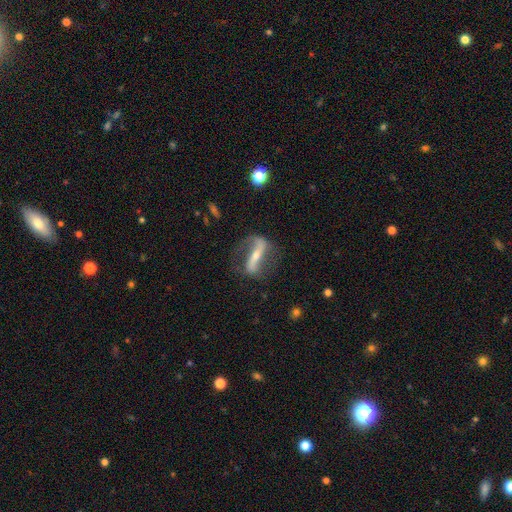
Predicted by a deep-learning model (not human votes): A featured or disk galaxy (82%) with a strong bar (74%), 2 (84%) loose (57%) spiral arms (86%) and a small central bulge (60%). Merging: none (66%).